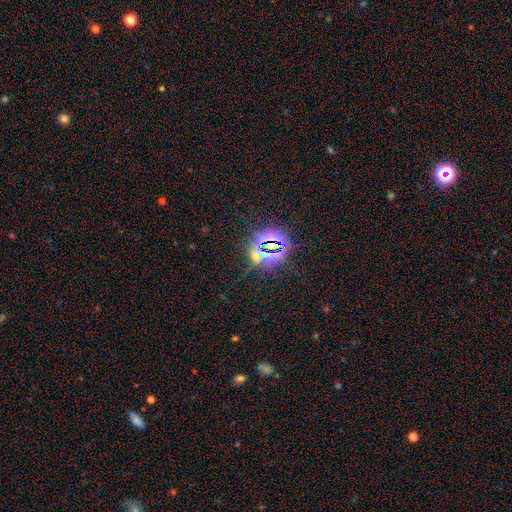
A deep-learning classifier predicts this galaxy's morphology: Smooth or featured?
  - star or artifact: 73% *
  - smooth: 18%
  - featured or disk: 9%